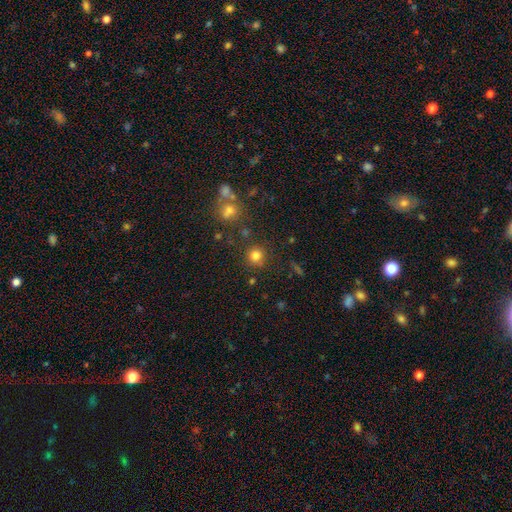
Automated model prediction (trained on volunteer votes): Smooth or featured?
  - smooth: 78% *
  - star or artifact: 16%
  - featured or disk: 6%
How rounded?
  - round: 92% *
  - in between: 7%
  - cigar-shaped: 1%
Merging?
  - none: 81% *
  - minor disturbance: 8%
  - merger: 7%
  - major disturbance: 4%